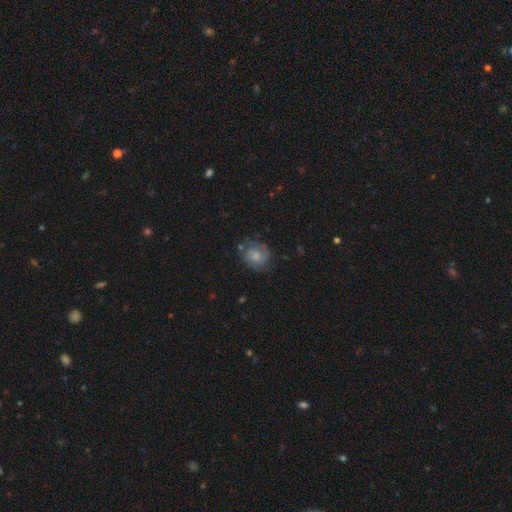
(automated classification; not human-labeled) A smooth galaxy with no disk features (57%) that is round (66%).

Vote fractions:
- Smooth or featured? smooth: 57% / featured or disk: 34% / star or artifact: 9%
- How rounded? round: 66% / in between: 33% / cigar-shaped: 1%
- Merging? none: 64% / minor disturbance: 24% / major disturbance: 9% / merger: 3%